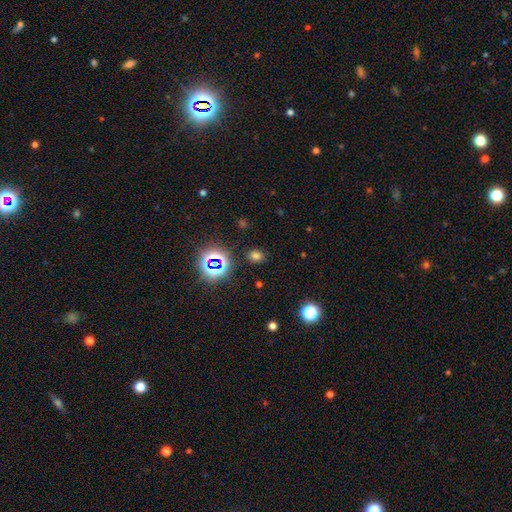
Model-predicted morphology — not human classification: Smooth or featured?
  - smooth: 65% *
  - star or artifact: 29%
  - featured or disk: 6%
How rounded?
  - in between: 55% *
  - round: 44%
  - cigar-shaped: 1%
Merging?
  - none: 85% *
  - minor disturbance: 9%
  - major disturbance: 3%
  - merger: 2%